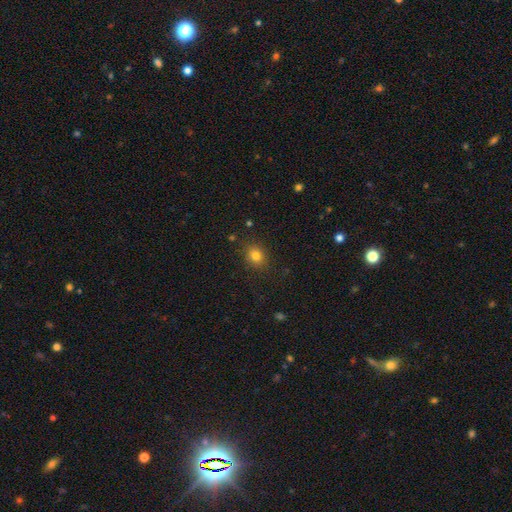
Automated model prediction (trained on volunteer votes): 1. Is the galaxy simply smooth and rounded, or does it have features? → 81% smooth, 13% star or artifact, 7% featured or disk.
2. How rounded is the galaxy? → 55% round, 44% in between, 1% cigar-shaped.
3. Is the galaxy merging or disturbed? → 86% none, 10% minor disturbance, 3% major disturbance, 1% merger.